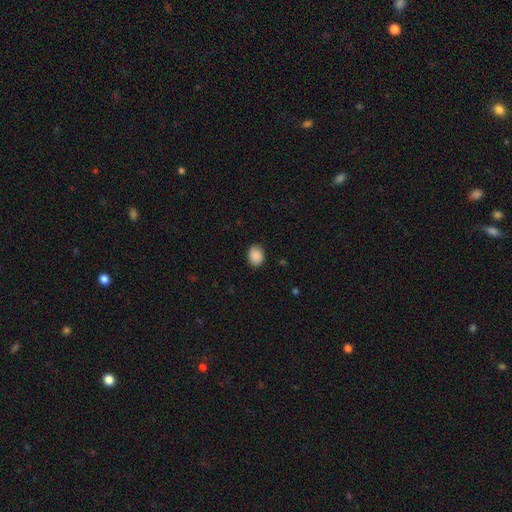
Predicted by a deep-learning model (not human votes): Smooth or featured? smooth (89%)
How rounded? in between (60%)
Merging? none (86%)